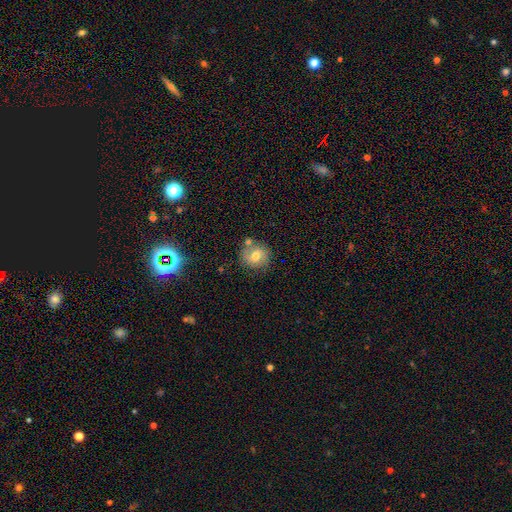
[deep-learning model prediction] The model was most divided on "smooth or featured": smooth: 54%, featured or disk: 36%, star or artifact: 11%. More confident: how rounded — round (85%); merging — none (69%).